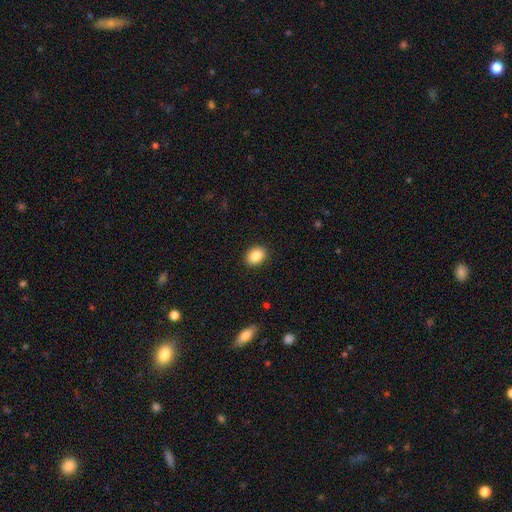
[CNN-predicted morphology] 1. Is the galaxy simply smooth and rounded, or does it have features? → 87% smooth, 8% star or artifact, 5% featured or disk.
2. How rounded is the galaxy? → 72% in between, 27% round, 1% cigar-shaped.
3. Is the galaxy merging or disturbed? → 90% none, 7% minor disturbance, 2% major disturbance, 1% merger.